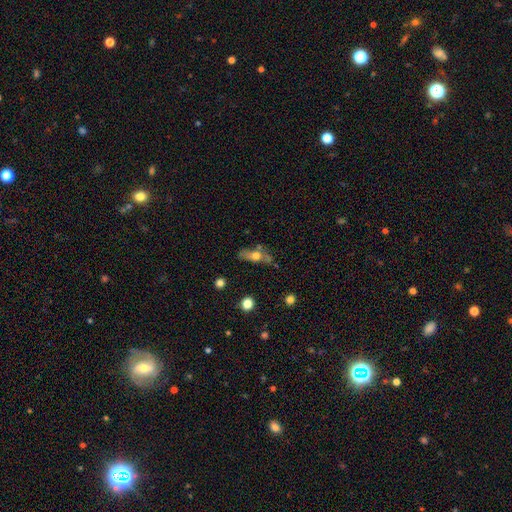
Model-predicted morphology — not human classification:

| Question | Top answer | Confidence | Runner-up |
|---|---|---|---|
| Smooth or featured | smooth | 55% | featured or disk (35%) |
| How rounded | in between | 59% | cigar-shaped (30%) |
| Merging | none | 49% | minor disturbance (22%) |